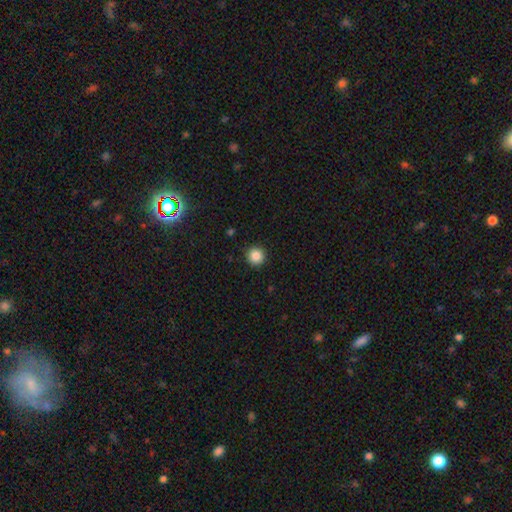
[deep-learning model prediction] Morphology: type=smooth (86%); roundness=round (95%); merging=none (92%).